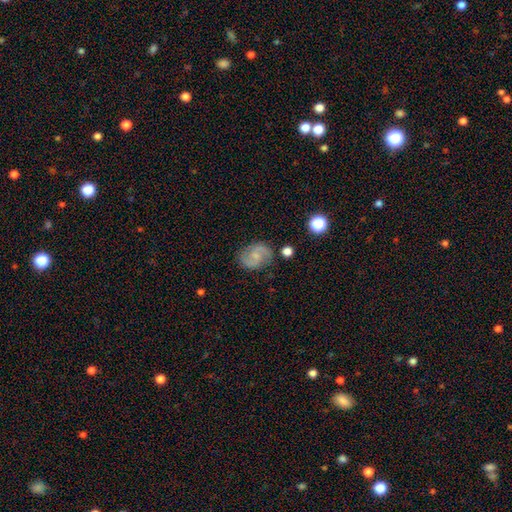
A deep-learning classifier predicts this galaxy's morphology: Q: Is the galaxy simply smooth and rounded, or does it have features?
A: featured or disk — 77%.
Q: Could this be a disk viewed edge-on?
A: no — 98%.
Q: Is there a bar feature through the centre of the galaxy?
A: no — 49%.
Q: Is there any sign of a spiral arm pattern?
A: yes — 95%.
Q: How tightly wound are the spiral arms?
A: medium — 53%.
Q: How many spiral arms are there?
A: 2 — 91%.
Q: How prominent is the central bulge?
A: small — 59%.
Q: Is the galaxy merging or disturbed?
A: none — 80%.